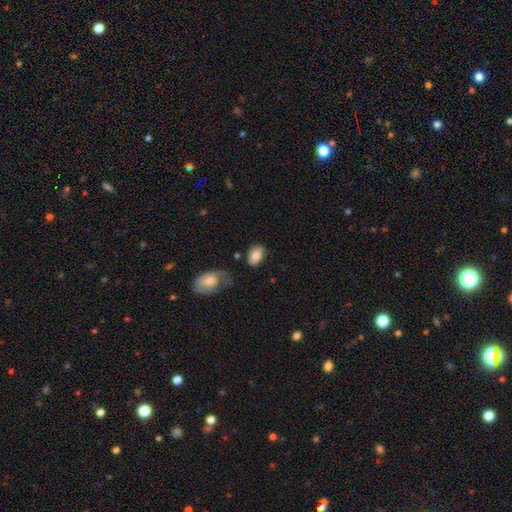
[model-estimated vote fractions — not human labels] Smooth or featured: smooth — 85% (featured or disk — 8%)
How rounded: in between — 88% (round — 11%)
Merging: none — 71% (minor disturbance — 18%)